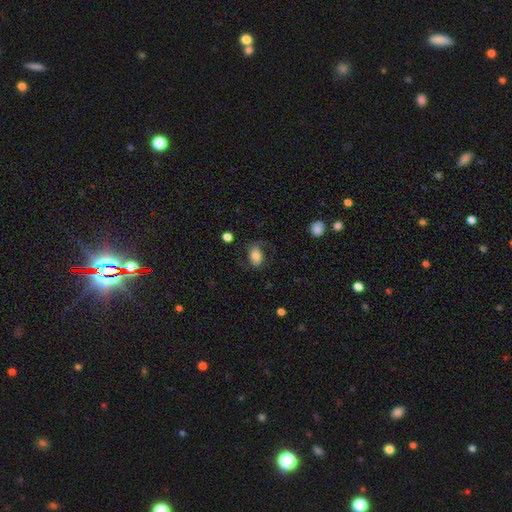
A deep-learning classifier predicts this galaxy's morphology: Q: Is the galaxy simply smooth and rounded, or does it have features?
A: smooth — 63%.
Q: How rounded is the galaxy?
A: in between — 78%.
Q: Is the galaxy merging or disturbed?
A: none — 58%.